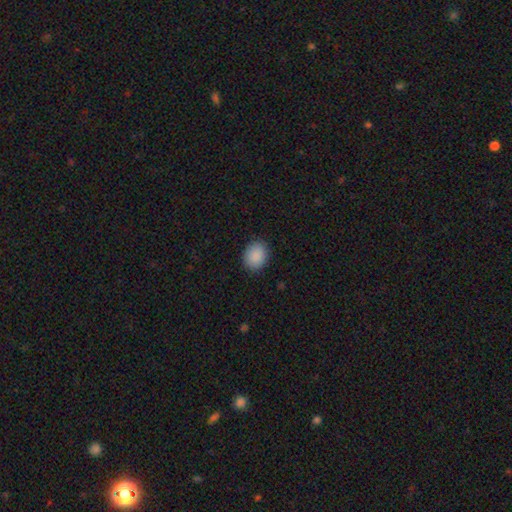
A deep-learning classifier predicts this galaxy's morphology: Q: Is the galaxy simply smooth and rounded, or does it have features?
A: smooth — 90%.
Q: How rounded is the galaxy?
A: in between — 50%, tied with round.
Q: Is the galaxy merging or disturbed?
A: none — 88%.